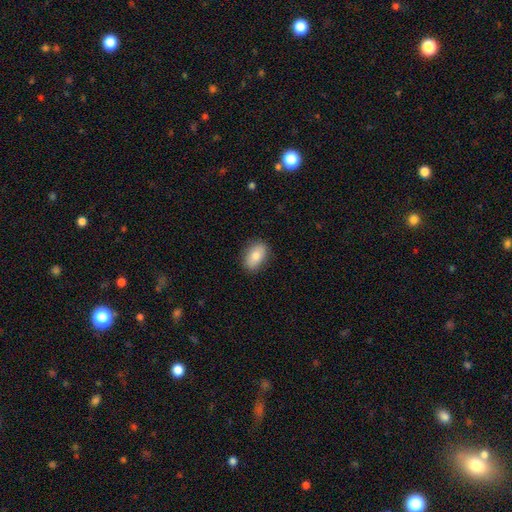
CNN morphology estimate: This appears to be a smooth galaxy with no disk features (80%) that is in between round and cigar-shaped (88%). Merging: none (87%).